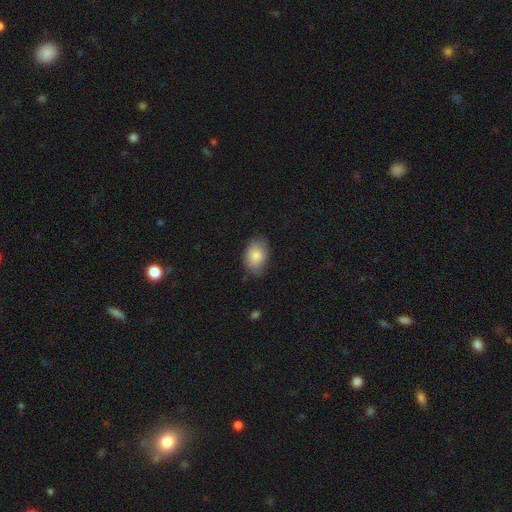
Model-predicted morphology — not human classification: A smooth galaxy with no disk features (86%) that is in between round and cigar-shaped (79%).

Vote fractions:
- Smooth or featured? smooth: 86% / featured or disk: 8% / star or artifact: 7%
- How rounded? in between: 79% / round: 20% / cigar-shaped: 1%
- Merging? none: 75% / minor disturbance: 20% / major disturbance: 4% / merger: 1%